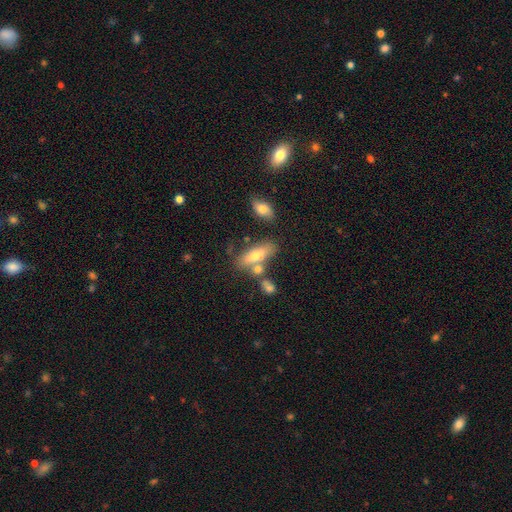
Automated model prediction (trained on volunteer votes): This is likely a smooth galaxy (65%). How rounded: likely in between (61%). Merging: possibly none (52%).